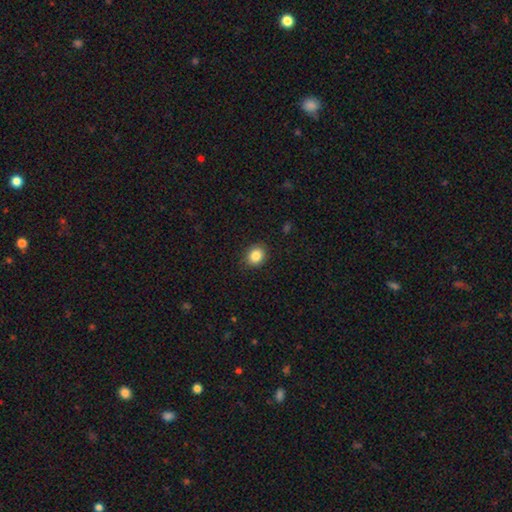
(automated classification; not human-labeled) smooth-or-featured: smooth: 85% | star or artifact: 9% | featured or disk: 5%
  how-rounded: round: 54% | in between: 45% | cigar-shaped: 1%
  merging: none: 88% | minor disturbance: 9% | major disturbance: 2% | merger: 1%